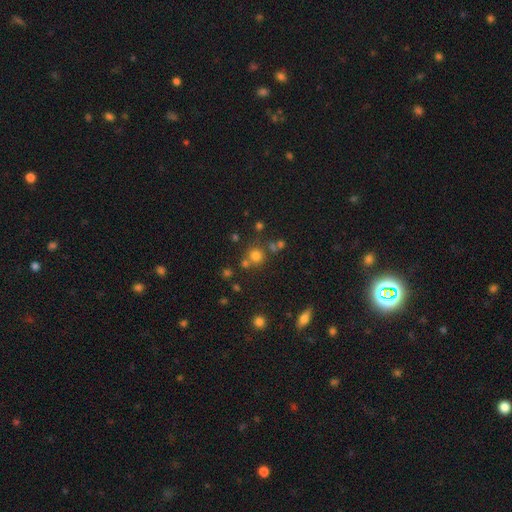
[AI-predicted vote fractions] Smooth or featured? Predicted: smooth (p=0.72). How rounded? Predicted: round (p=0.91). Merging? Predicted: none (p=0.69).